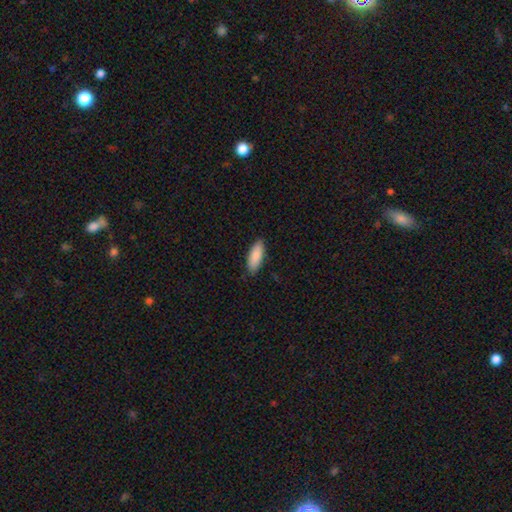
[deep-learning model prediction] Overall: smooth (88%). How rounded: in between (76%). Merging: none (86%).